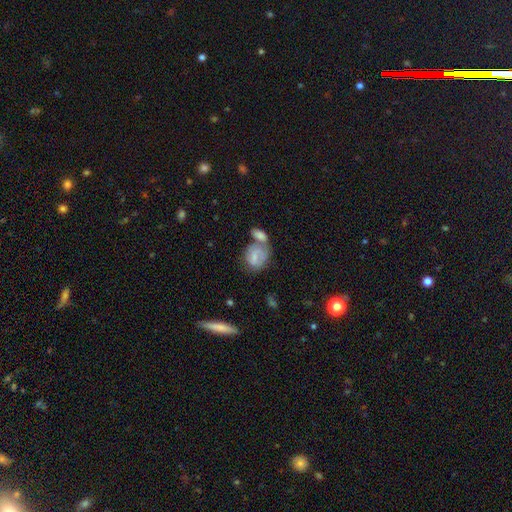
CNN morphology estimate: type=smooth (59%); roundness=in between (63%); merging=merger (49%).